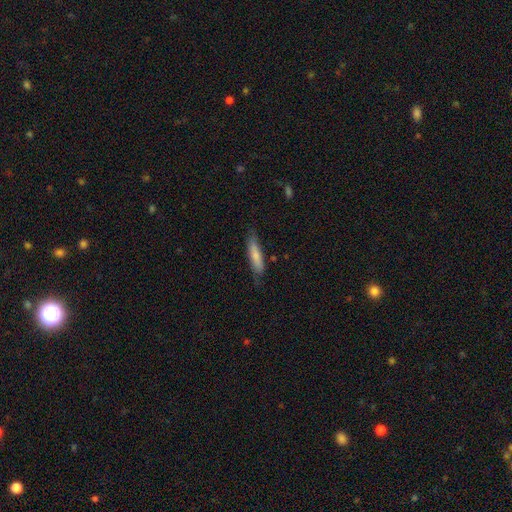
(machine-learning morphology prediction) Q: Smooth or featured?
A: smooth (76%); runner-up: featured or disk (19%)
Q: How rounded?
A: cigar-shaped (76%); runner-up: in between (22%)
Q: Merging?
A: none (74%); runner-up: minor disturbance (20%)